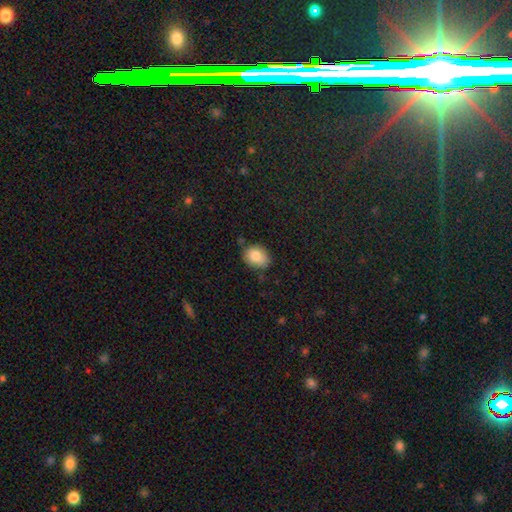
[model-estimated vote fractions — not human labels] smooth 84%, star or artifact 8%, featured or disk 7%. Down the decision tree: how rounded — in between (57%); merging — none (75%).